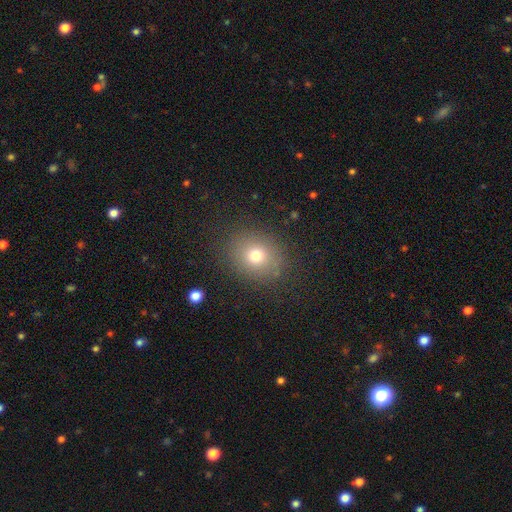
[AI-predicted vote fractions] smooth_or_featured: smooth (p=0.72) [alt: star or artifact p=0.16]
how_rounded: round (p=0.70) [alt: in between p=0.29]
merging: none (p=0.84) [alt: minor disturbance p=0.10]